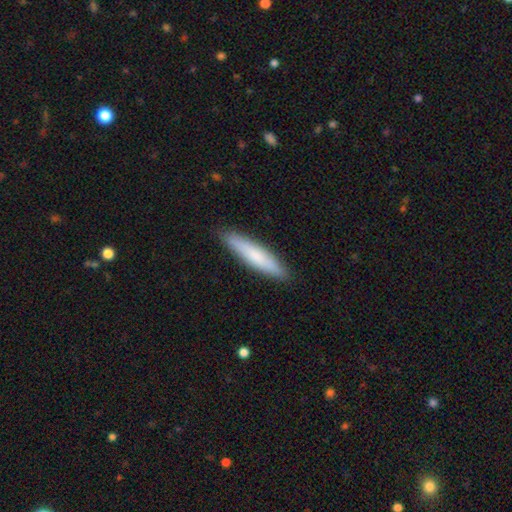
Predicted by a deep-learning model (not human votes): Overall: smooth (74%). How rounded: cigar-shaped (88%). Merging: none (90%).